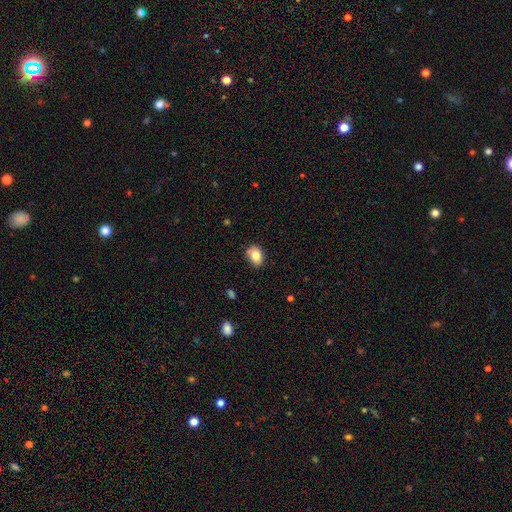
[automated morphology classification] This is clearly a smooth galaxy (81%). How rounded: likely in between (67%). Merging: likely none (79%).